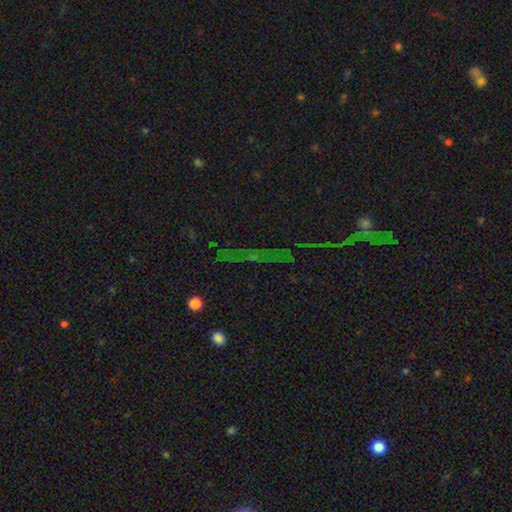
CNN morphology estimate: star or artifact 72%, smooth 15%, featured or disk 13%.